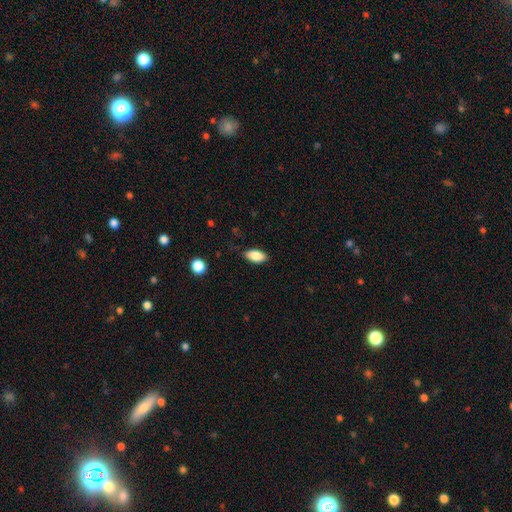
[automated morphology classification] Smooth or featured? Predicted: smooth (p=0.86). How rounded? Predicted: in between (p=0.92). Merging? Predicted: none (p=0.79).